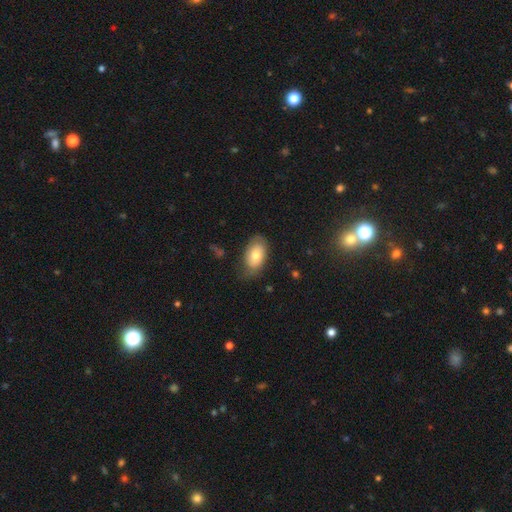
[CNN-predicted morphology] Smooth or featured? Predicted: smooth (p=0.71). How rounded? Predicted: in between (p=0.92). Merging? Predicted: none (p=0.68).